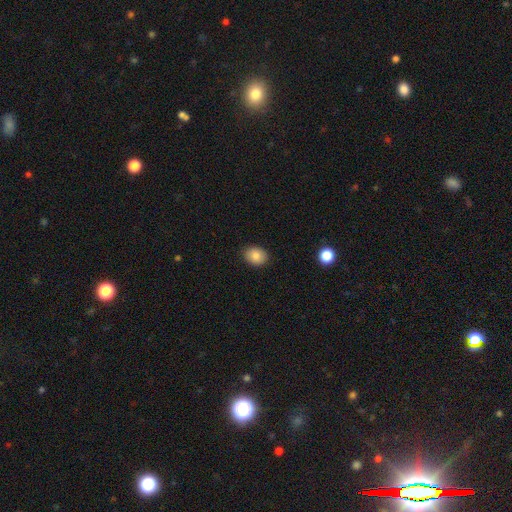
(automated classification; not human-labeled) A smooth galaxy with no disk features (83%) that is in between round and cigar-shaped (52%).

Vote fractions:
- Smooth or featured? smooth: 83% / star or artifact: 9% / featured or disk: 8%
- How rounded? in between: 52% / round: 47% / cigar-shaped: 1%
- Merging? none: 88% / minor disturbance: 9% / major disturbance: 2% / merger: 1%